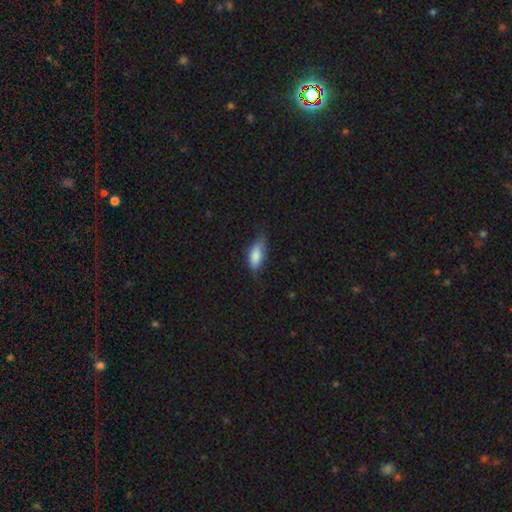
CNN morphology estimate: Smooth or featured?
  - smooth: 84% *
  - featured or disk: 10%
  - star or artifact: 7%
How rounded?
  - in between: 83% *
  - cigar-shaped: 14%
  - round: 2%
Merging?
  - none: 60% *
  - minor disturbance: 31%
  - major disturbance: 7%
  - merger: 1%